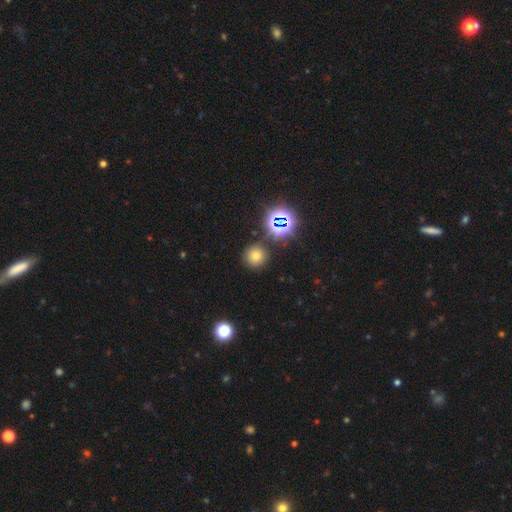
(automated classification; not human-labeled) Q: Smooth or featured?
A: smooth (64%); runner-up: star or artifact (27%)
Q: How rounded?
A: round (93%); runner-up: in between (6%)
Q: Merging?
A: none (84%); runner-up: minor disturbance (8%)